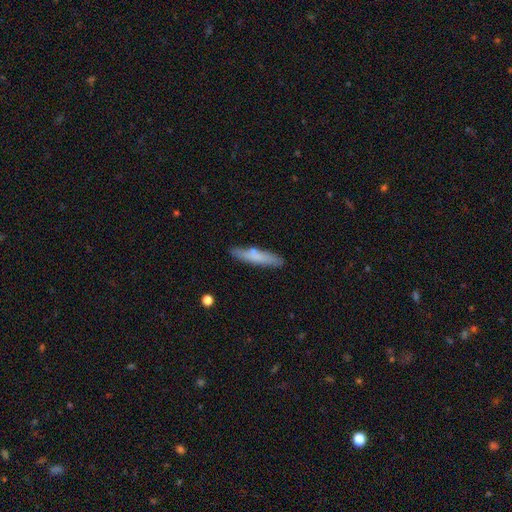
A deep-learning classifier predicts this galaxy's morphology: This is likely a smooth galaxy (71%). How rounded: clearly cigar-shaped (88%). Merging: clearly none (81%).